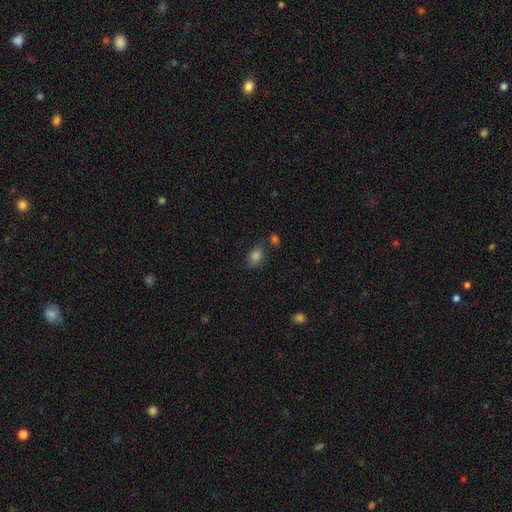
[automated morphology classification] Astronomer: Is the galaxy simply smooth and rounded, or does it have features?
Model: smooth — 76%.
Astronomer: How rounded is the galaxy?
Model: in between — 71%.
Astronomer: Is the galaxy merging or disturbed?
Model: none — 68%.